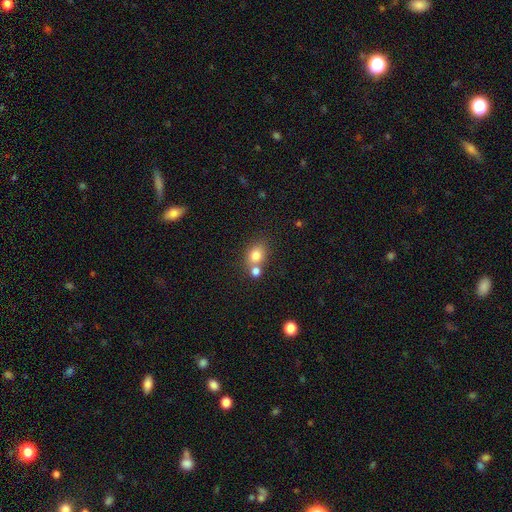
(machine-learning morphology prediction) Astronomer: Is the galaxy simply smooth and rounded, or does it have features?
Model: smooth — 79%.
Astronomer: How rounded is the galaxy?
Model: in between — 52% (runner-up: round, 47%).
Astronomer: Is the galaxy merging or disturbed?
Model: none — 51% (runner-up: merger, 35%).